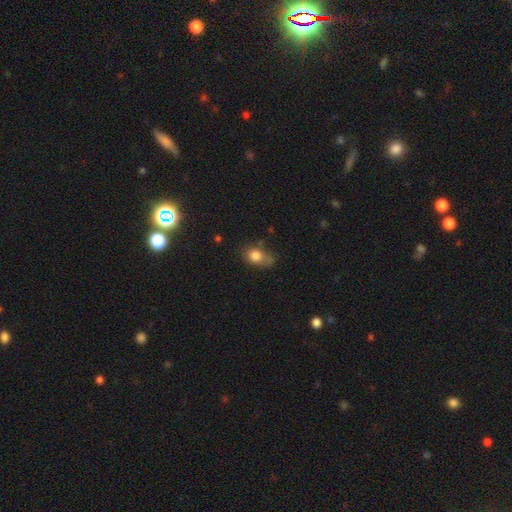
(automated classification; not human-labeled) A smooth galaxy with no disk features (79%) that is in between round and cigar-shaped (62%). Merging: none (49%).